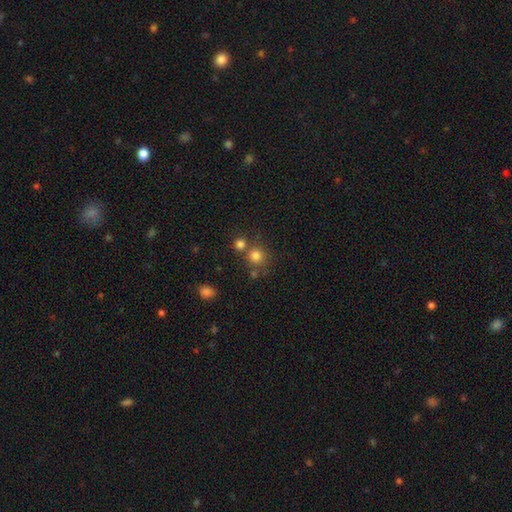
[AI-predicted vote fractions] Smooth or featured: smooth — 78% (star or artifact — 15%)
How rounded: round — 90% (in between — 9%)
Merging: none — 64% (merger — 24%)